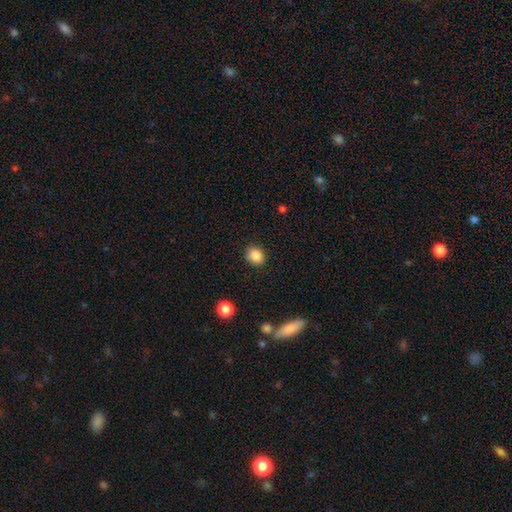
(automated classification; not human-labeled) This is clearly a smooth galaxy (85%). How rounded: likely round (69%). Merging: clearly none (86%).